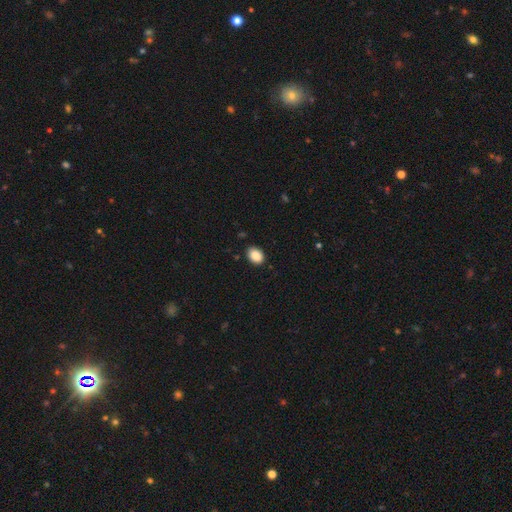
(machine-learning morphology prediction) smooth 89%, star or artifact 8%, featured or disk 3%. Down the decision tree: how rounded — in between (74%); merging — none (87%).